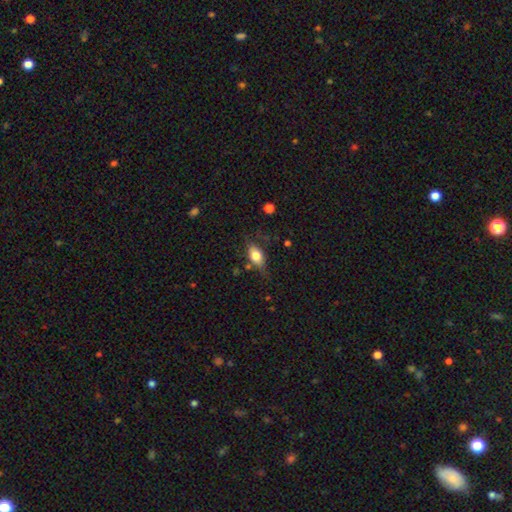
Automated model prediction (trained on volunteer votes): The model was most divided on "merging": none: 67%, minor disturbance: 23%, major disturbance: 6%, merger: 3%. More confident: how rounded — in between (81%); smooth or featured — smooth (70%).